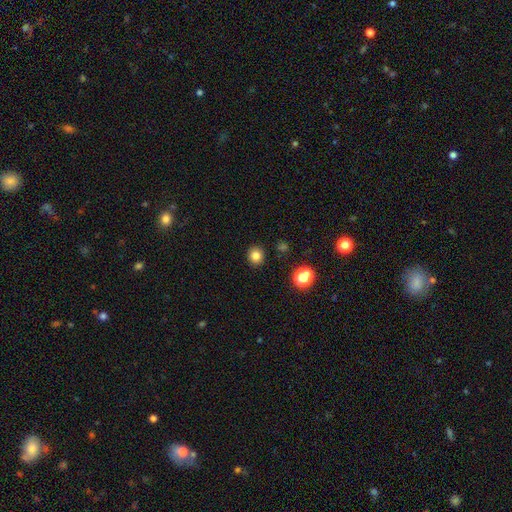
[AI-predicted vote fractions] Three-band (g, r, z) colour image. It shows a smooth galaxy with no disk features (81%) that is round (88%). Merging: none (91%).